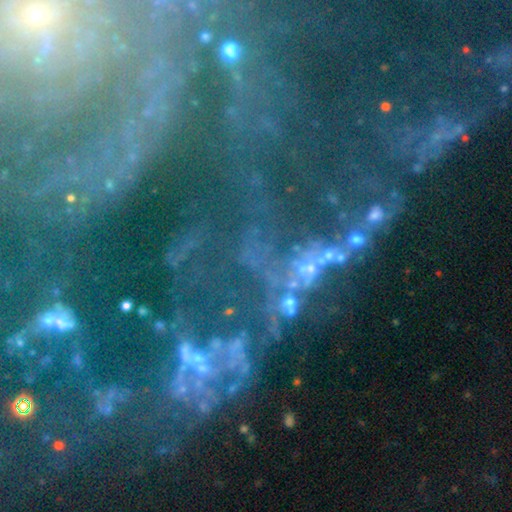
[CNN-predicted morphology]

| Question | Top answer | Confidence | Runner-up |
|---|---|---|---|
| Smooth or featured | star or artifact | 47% | featured or disk (40%) |